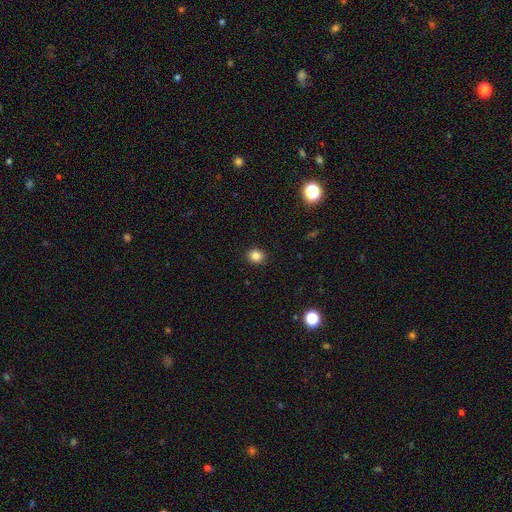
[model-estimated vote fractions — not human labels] smooth 85%, star or artifact 11%, featured or disk 4%. Down the decision tree: how rounded — round (77%); merging — none (91%).